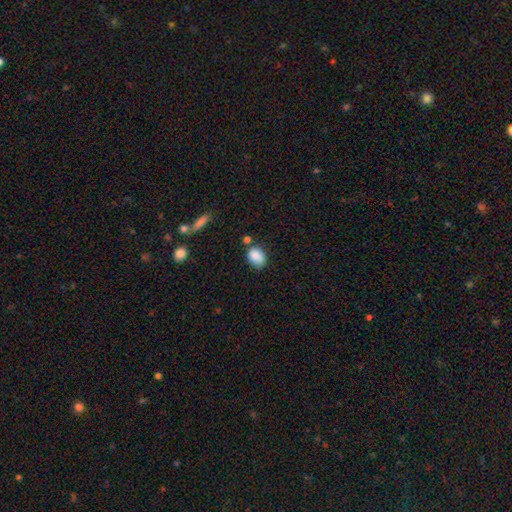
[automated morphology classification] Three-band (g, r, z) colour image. It shows a smooth galaxy with no disk features (85%) that is in between round and cigar-shaped (67%). Merging: none (59%).